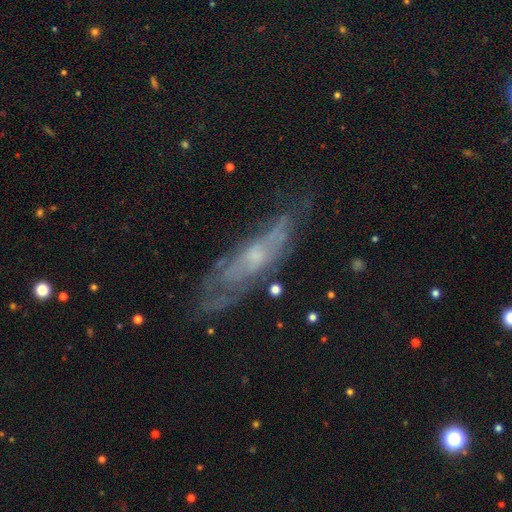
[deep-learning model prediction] Overall: featured or disk (65%). Edge-on disk: no (63%; yes 37%). Merging: none (66%).